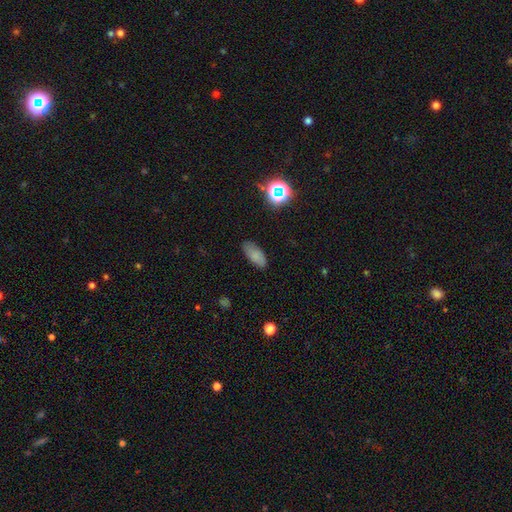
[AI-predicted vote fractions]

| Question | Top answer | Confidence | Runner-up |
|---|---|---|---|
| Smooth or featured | smooth | 80% | star or artifact (12%) |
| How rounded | in between | 88% | cigar-shaped (8%) |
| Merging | none | 80% | minor disturbance (15%) |